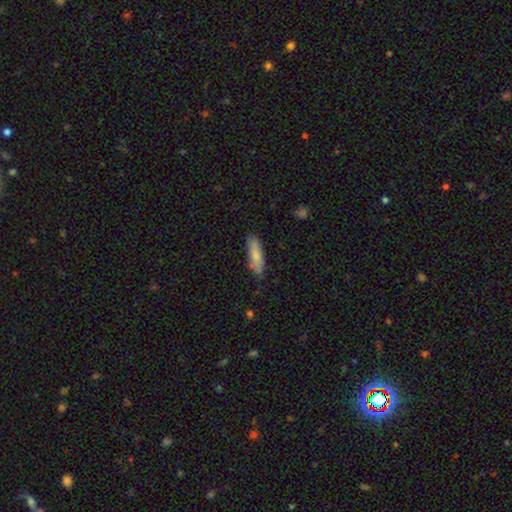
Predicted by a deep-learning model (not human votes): smooth-or-featured: smooth: 79% | featured or disk: 15% | star or artifact: 6%
  how-rounded: cigar-shaped: 61% | in between: 37% | round: 2%
  merging: none: 79% | minor disturbance: 16% | major disturbance: 3% | merger: 2%